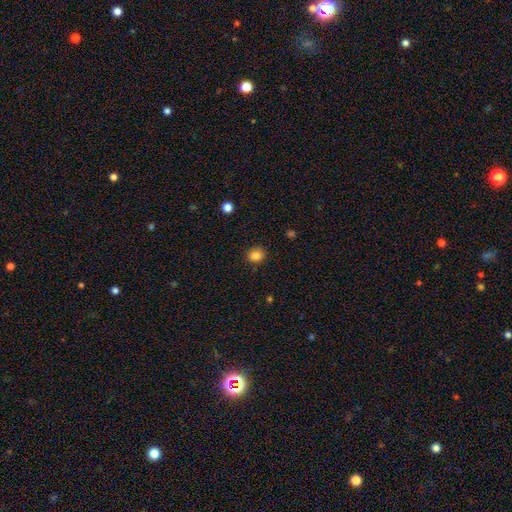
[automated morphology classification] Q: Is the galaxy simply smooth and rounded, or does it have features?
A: smooth — 84%.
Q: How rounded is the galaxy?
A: round — 74%.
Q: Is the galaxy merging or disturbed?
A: none — 88%.